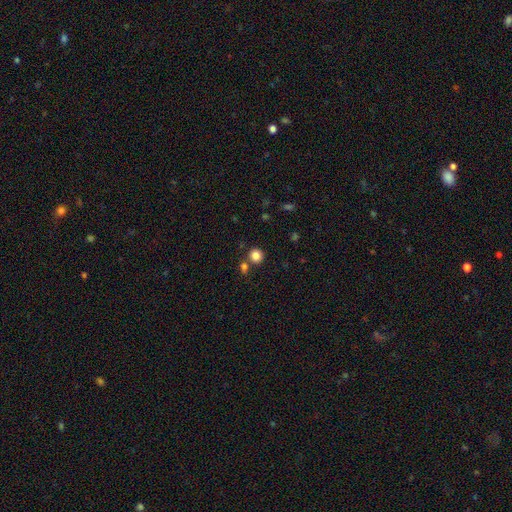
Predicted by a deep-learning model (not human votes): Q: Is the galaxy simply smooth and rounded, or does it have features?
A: smooth — 84%.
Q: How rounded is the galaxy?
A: round — 89%.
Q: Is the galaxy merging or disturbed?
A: none — 73%.